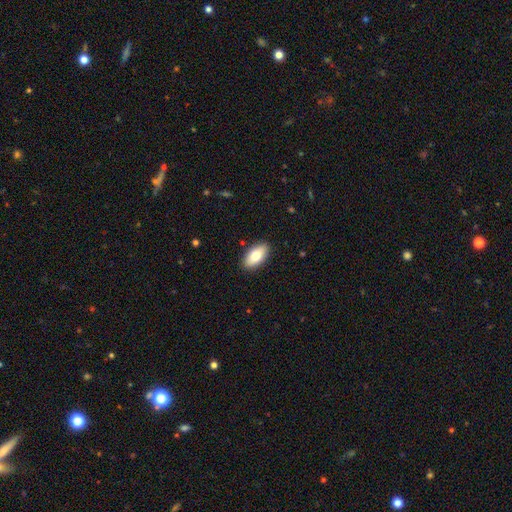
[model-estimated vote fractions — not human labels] Smooth or featured: smooth — 76% (featured or disk — 18%)
How rounded: in between — 92% (cigar-shaped — 5%)
Merging: none — 89% (minor disturbance — 8%)